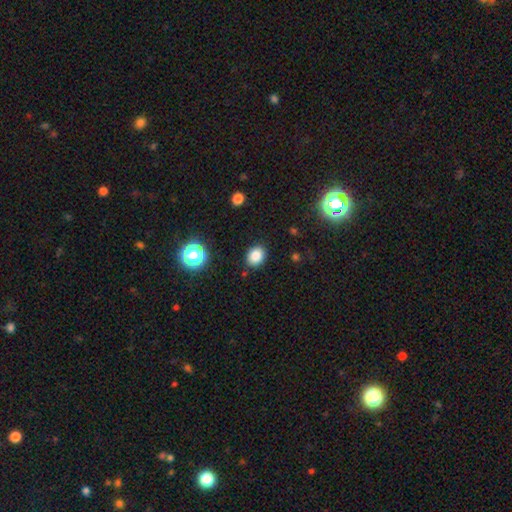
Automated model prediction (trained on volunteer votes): Morphology: type=smooth (84%); roundness=round (51%); merging=none (87%).